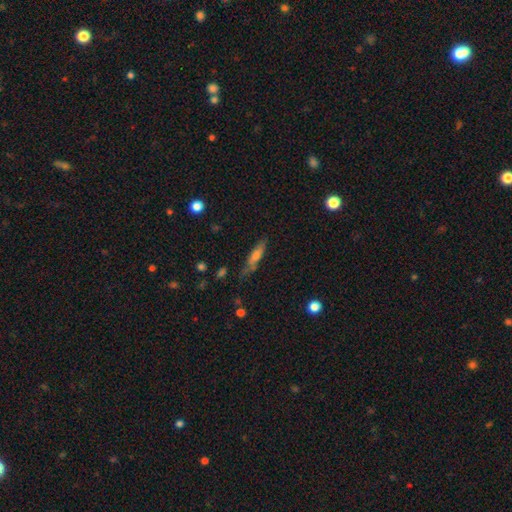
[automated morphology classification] Q: Smooth or featured?
A: smooth (57%); runner-up: featured or disk (34%)
Q: How rounded?
A: cigar-shaped (76%); runner-up: in between (22%)
Q: Merging?
A: none (65%); runner-up: minor disturbance (23%)